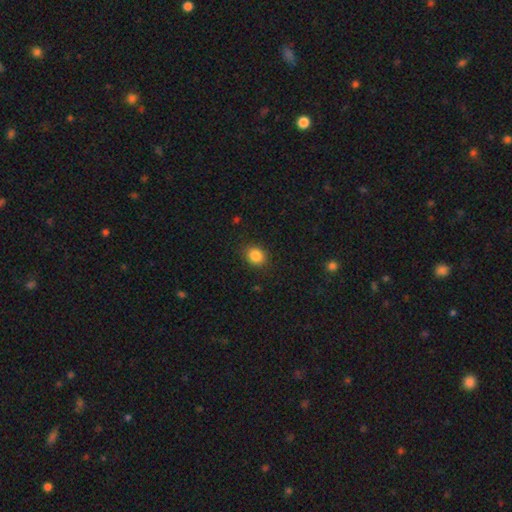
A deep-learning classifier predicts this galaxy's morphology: Smooth or featured? Predicted: smooth (p=0.86). How rounded? Predicted: round (p=0.62). Merging? Predicted: none (p=0.87).